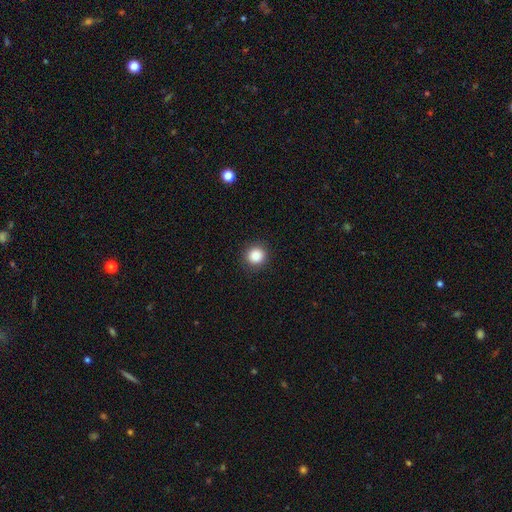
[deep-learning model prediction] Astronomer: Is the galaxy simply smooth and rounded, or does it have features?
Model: smooth — 87%.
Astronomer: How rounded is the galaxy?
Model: round — 92%.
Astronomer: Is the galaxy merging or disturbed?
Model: none — 91%.